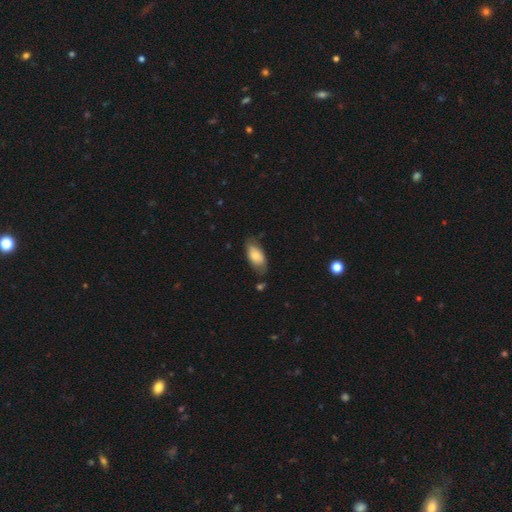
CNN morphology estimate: Smooth or featured? Predicted: smooth (p=0.76). How rounded? Predicted: in between (p=0.92). Merging? Predicted: none (p=0.64).